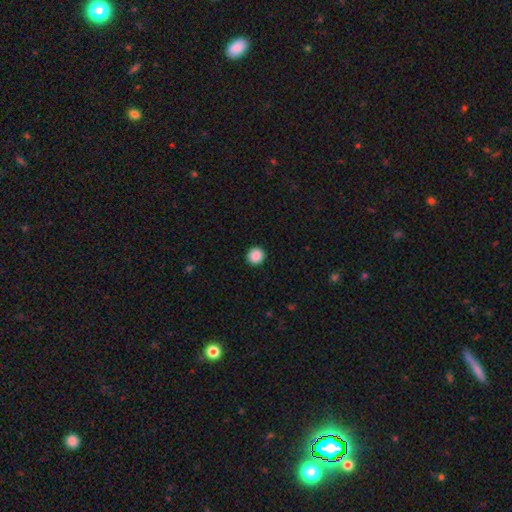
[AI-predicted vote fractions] A smooth galaxy with no disk features (89%) that is round (94%). Merging: none (93%).